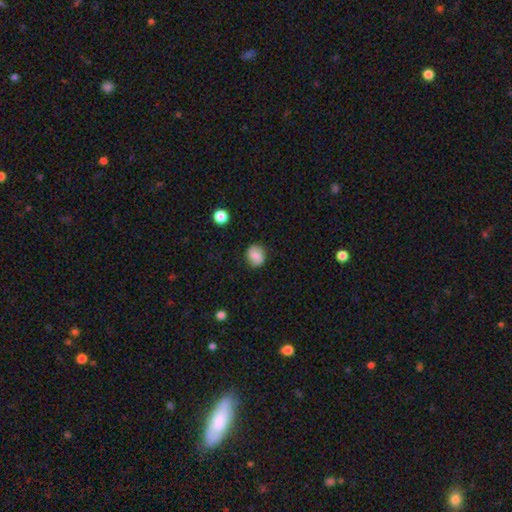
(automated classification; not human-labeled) smooth-or-featured: smooth: 63% | featured or disk: 28% | star or artifact: 9%
  how-rounded: round: 72% | in between: 27% | cigar-shaped: 1%
  merging: none: 83% | minor disturbance: 13% | major disturbance: 3% | merger: 1%